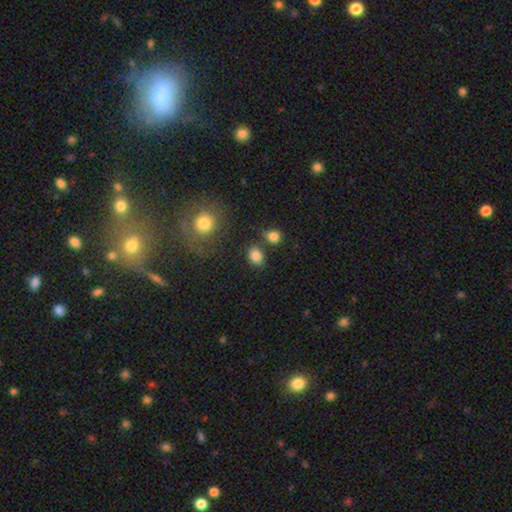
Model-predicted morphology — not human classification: A smooth galaxy with no disk features (84%) that is in between round and cigar-shaped (50%).

Vote fractions:
- Smooth or featured? smooth: 84% / star or artifact: 11% / featured or disk: 5%
- How rounded? in between: 50% / round: 49% / cigar-shaped: 1%
- Merging? none: 75% / merger: 11% / minor disturbance: 11% / major disturbance: 4%